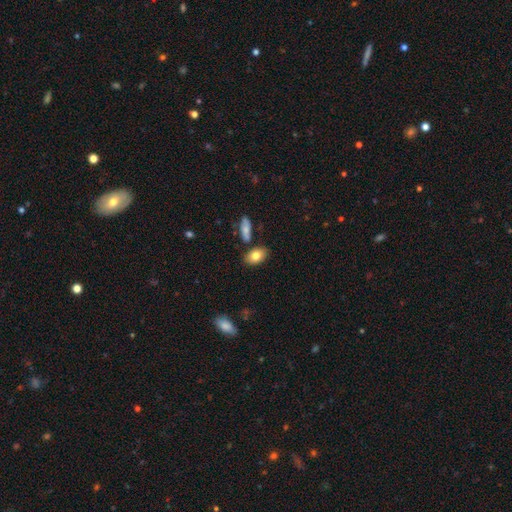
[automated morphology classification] type=smooth (79%); roundness=in between (88%); merging=none (77%).